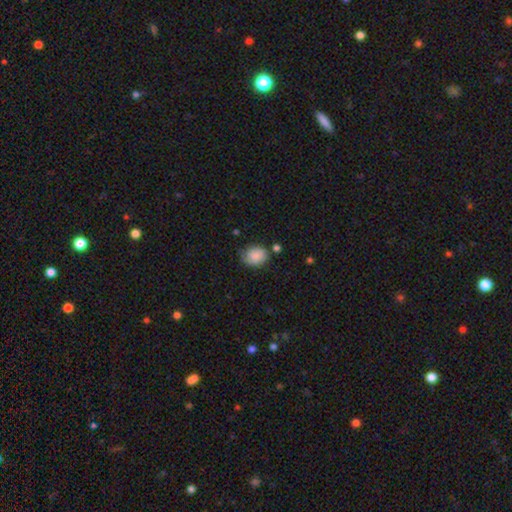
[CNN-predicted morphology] smooth 80%, featured or disk 11%, star or artifact 8%. Down the decision tree: how rounded — in between (54%); merging — none (59%).